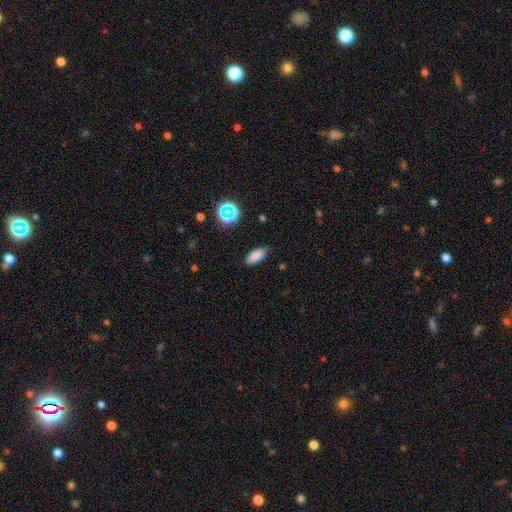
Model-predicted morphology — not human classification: Overall: smooth (83%). How rounded: in between (83%). Merging: none (84%).